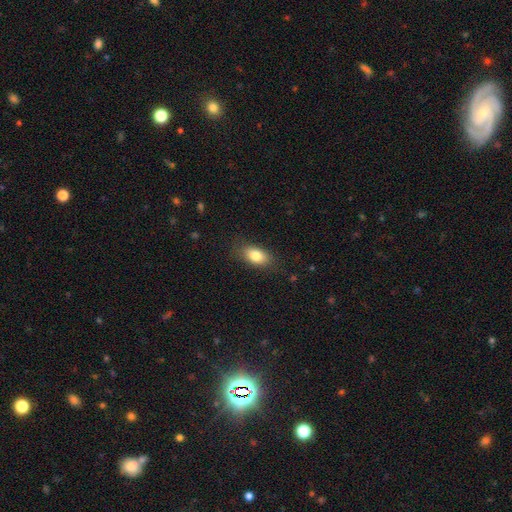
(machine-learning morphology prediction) This appears to be a smooth galaxy with no disk features (82%) that is in between round and cigar-shaped (88%). Merging: none (83%).